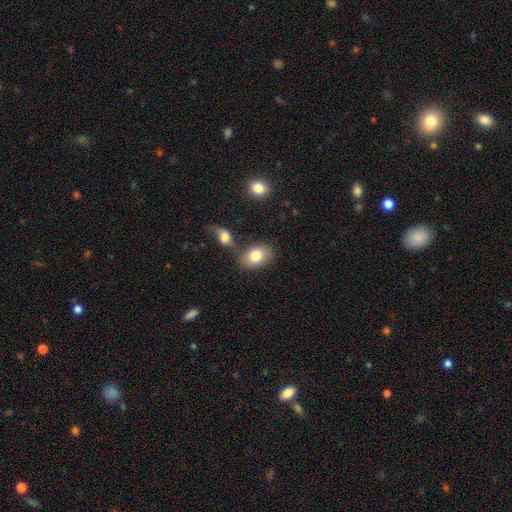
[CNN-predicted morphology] Smooth or featured? Predicted: smooth (p=0.81). How rounded? Predicted: in between (p=0.77). Merging? Predicted: none (p=0.62).